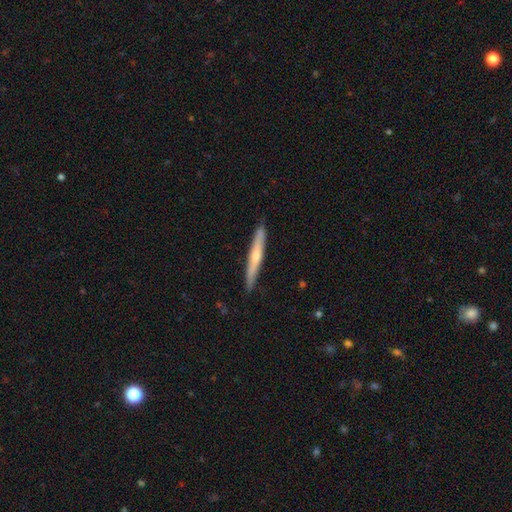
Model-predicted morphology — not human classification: smooth 49%, featured or disk 46%, star or artifact 5%. Down the decision tree: merging — none (88%).